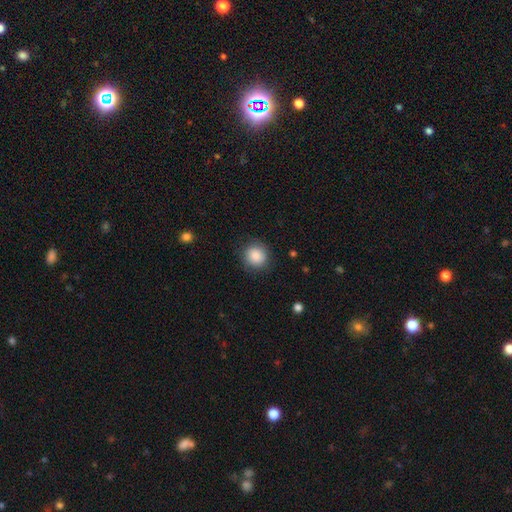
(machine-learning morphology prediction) Smooth or featured? Predicted: smooth (p=0.86). How rounded? Predicted: round (p=0.89). Merging? Predicted: none (p=0.85).